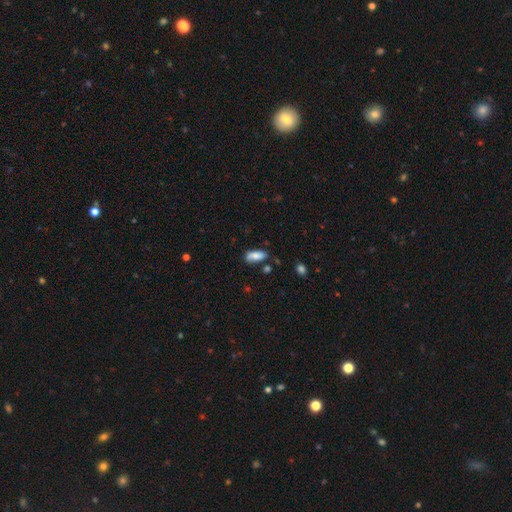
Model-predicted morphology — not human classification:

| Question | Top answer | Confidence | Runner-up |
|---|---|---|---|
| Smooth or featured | smooth | 79% | featured or disk (13%) |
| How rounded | in between | 80% | cigar-shaped (18%) |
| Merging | none | 66% | minor disturbance (23%) |